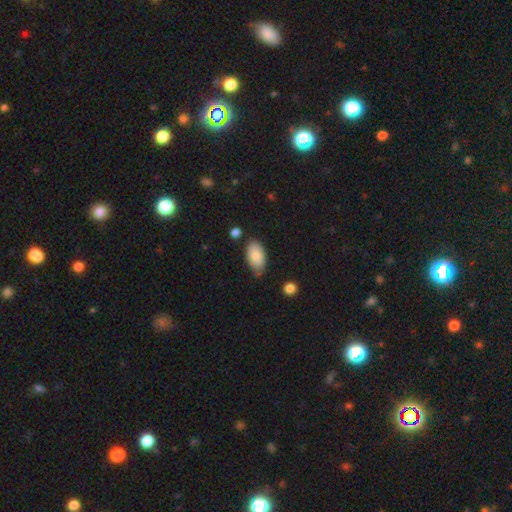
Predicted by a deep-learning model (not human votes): A smooth galaxy with no disk features (84%) that is in between round and cigar-shaped (95%).

Vote fractions:
- Smooth or featured? smooth: 84% / featured or disk: 10% / star or artifact: 6%
- How rounded? in between: 95% / round: 3% / cigar-shaped: 2%
- Merging? none: 70% / minor disturbance: 22% / merger: 5% / major disturbance: 4%